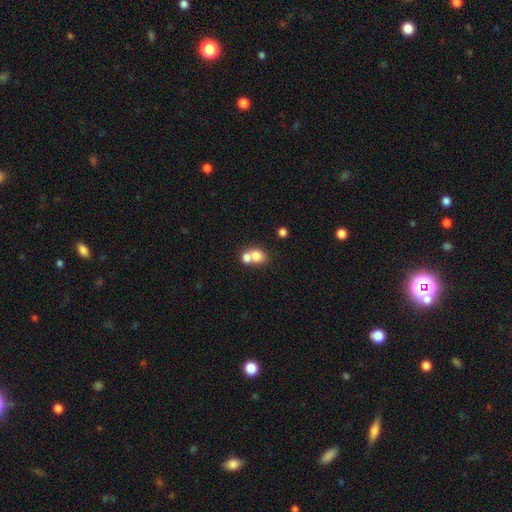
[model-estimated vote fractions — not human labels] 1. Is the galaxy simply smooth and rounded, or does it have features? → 75% smooth, 14% featured or disk, 10% star or artifact.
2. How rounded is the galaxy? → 54% round, 45% in between, 1% cigar-shaped.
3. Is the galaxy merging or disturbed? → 60% merger, 30% none, 6% minor disturbance, 3% major disturbance.